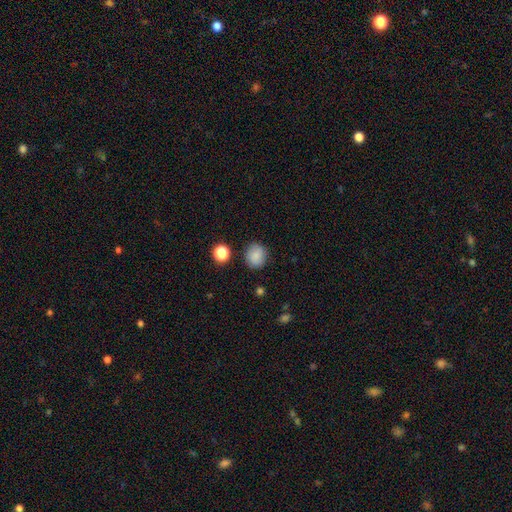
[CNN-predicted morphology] Smooth or featured: smooth — 84% (star or artifact — 10%)
How rounded: round — 77% (in between — 22%)
Merging: none — 85% (minor disturbance — 10%)